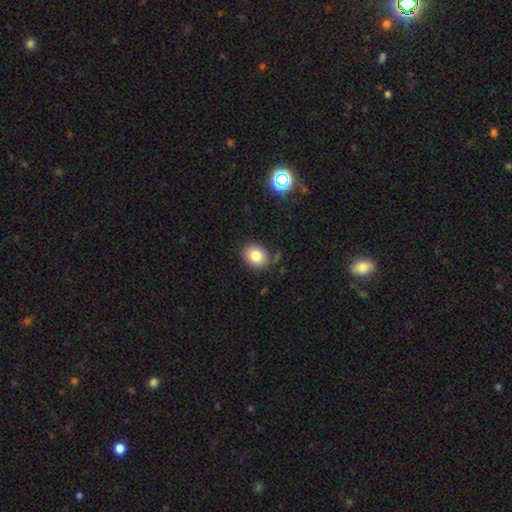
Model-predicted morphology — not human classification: Smooth or featured? Predicted: smooth (p=0.82). How rounded? Predicted: round (p=0.54). Merging? Predicted: none (p=0.77).